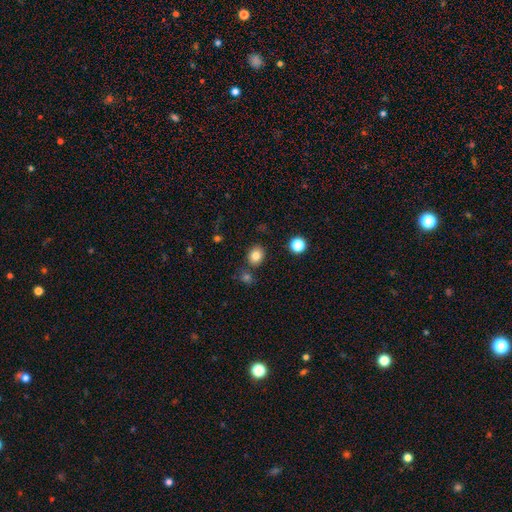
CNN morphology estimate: The model was most divided on "how rounded": round: 62%, in between: 38%, cigar-shaped: 1%. More confident: merging — none (82%); smooth or featured — smooth (82%).